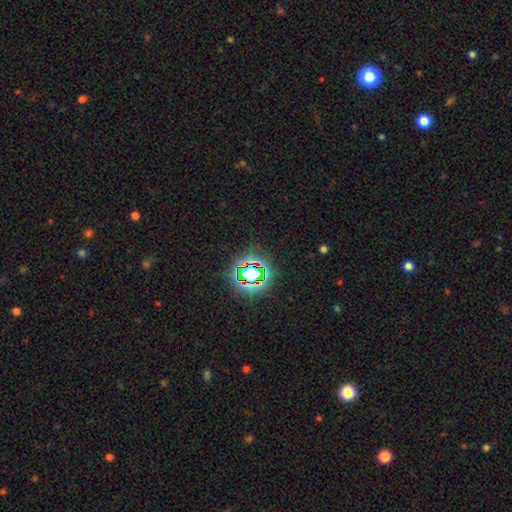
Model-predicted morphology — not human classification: Overall: star or artifact (78%).